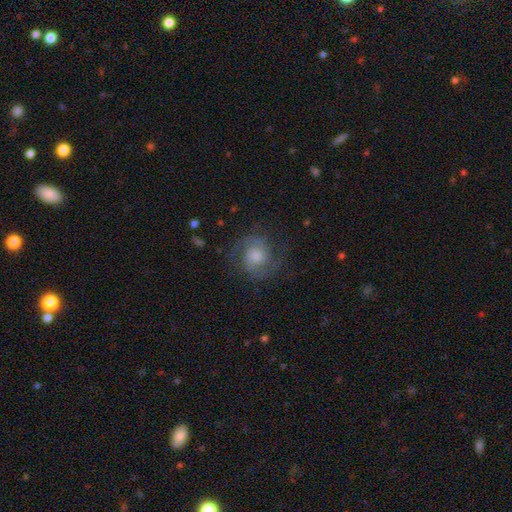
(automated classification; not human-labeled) A featured or disk galaxy (80%) with no bar (63%), 2 (88%) medium (52%) spiral arms (96%) and a moderate central bulge (45%). Merging: none (77%).